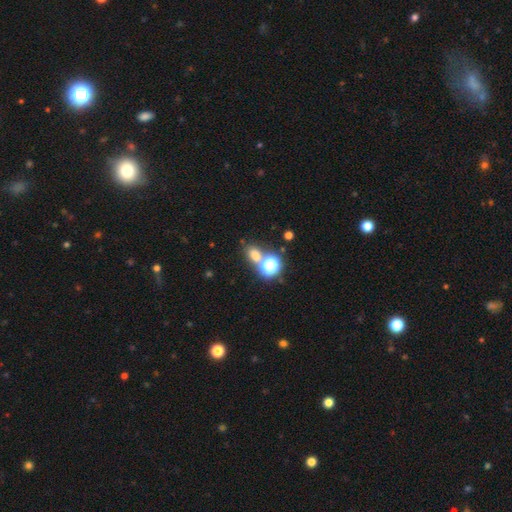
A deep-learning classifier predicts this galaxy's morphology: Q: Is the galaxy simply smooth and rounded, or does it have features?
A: smooth — 64%.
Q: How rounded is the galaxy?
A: round — 51%.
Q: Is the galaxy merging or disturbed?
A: none — 57%.